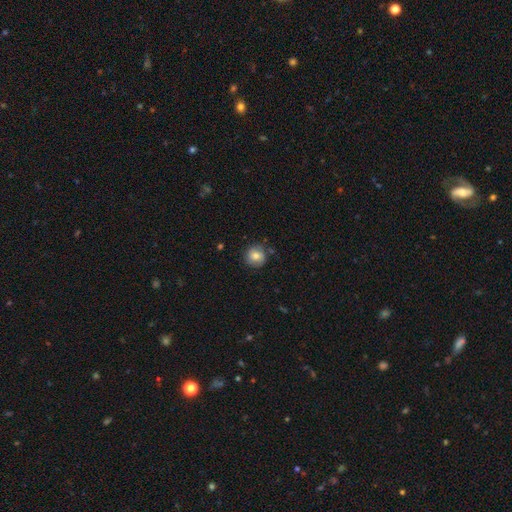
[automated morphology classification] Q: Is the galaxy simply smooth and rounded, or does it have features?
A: smooth — 74%.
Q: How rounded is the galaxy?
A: round — 91%.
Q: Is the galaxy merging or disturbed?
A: none — 79%.